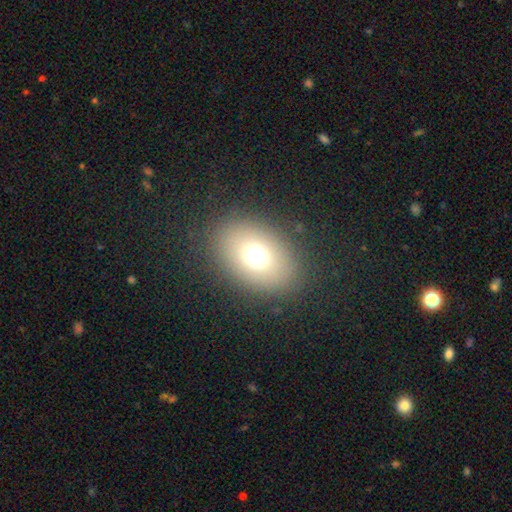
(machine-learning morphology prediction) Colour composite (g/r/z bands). It shows a smooth galaxy with no disk features (68%) that is in between round and cigar-shaped (66%). Merging: none (84%).